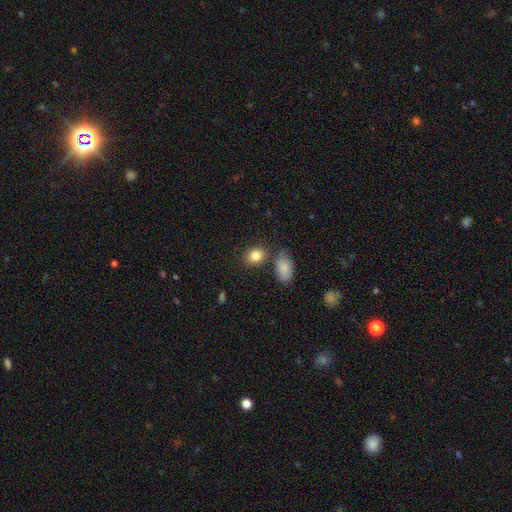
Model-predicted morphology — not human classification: Smooth or featured? smooth (84%)
How rounded? in between (55%)
Merging? none (74%)